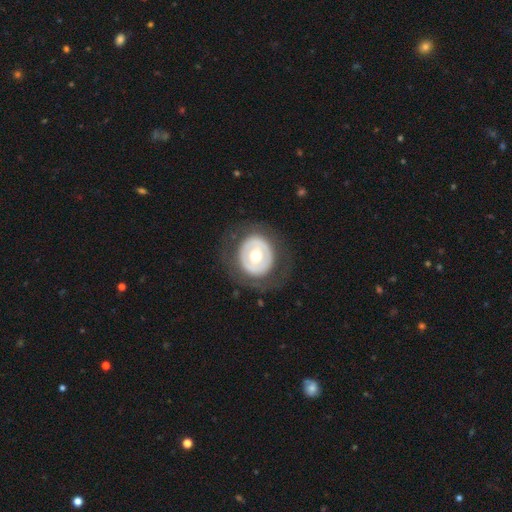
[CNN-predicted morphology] The model was most divided on "smooth or featured": featured or disk: 55%, smooth: 40%, star or artifact: 6%. More confident: edge-on disk — no (95%); spiral arms — no (87%); merging — none (76%); bulge size — moderate (70%); bar — no (63%).